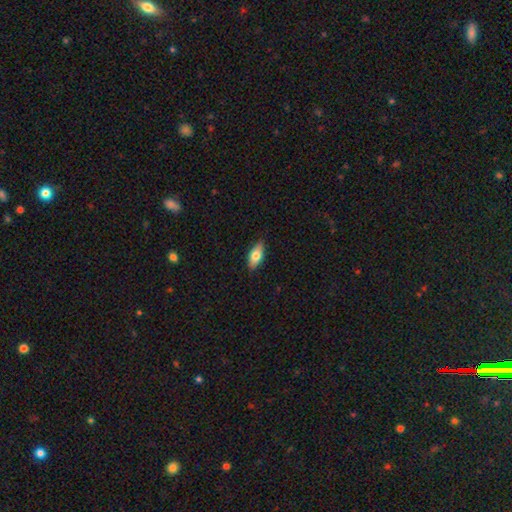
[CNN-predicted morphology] smooth_or_featured: smooth (p=0.68) [alt: featured or disk p=0.25]
how_rounded: in between (p=0.82) [alt: cigar-shaped p=0.14]
merging: none (p=0.85) [alt: minor disturbance p=0.12]